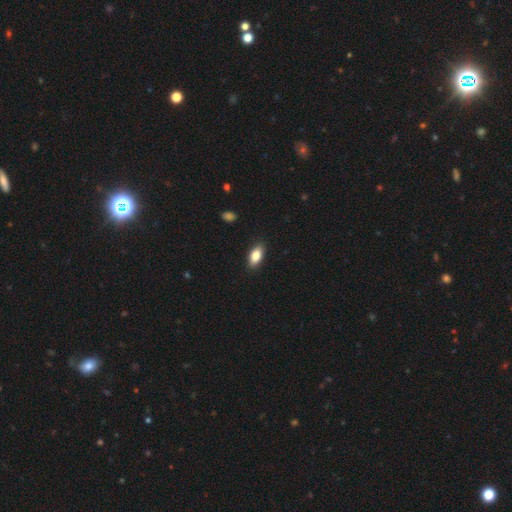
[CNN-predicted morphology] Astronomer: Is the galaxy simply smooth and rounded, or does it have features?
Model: smooth — 82%.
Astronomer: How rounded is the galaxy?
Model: in between — 88%.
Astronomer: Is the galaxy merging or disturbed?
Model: none — 89%.